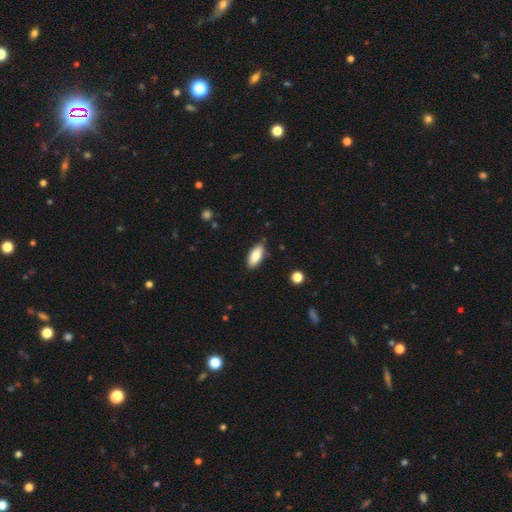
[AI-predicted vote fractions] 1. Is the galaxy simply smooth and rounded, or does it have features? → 81% smooth, 12% featured or disk, 6% star or artifact.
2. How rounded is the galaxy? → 85% in between, 13% cigar-shaped, 2% round.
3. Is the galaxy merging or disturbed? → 85% none, 11% minor disturbance, 2% major disturbance, 1% merger.